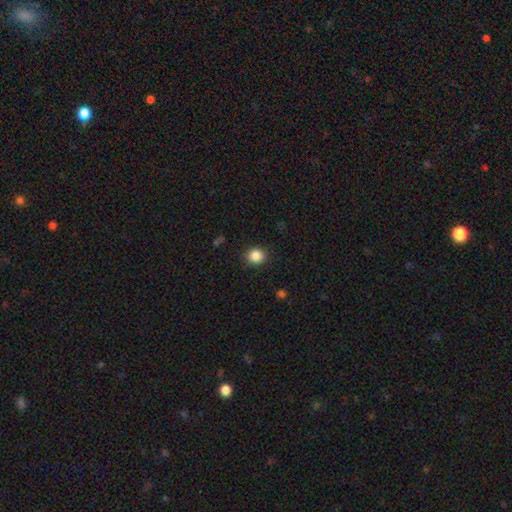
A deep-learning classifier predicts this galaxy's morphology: type=smooth (86%); roundness=round (85%); merging=none (89%).